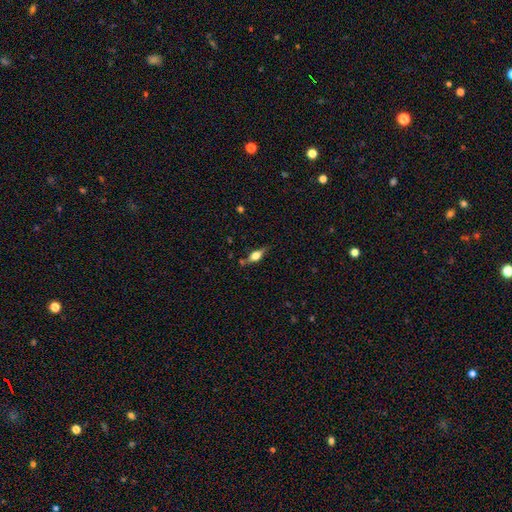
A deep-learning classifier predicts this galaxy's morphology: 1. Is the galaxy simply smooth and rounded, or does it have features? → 52% smooth, 39% featured or disk, 9% star or artifact.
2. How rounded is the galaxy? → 66% in between, 27% cigar-shaped, 7% round.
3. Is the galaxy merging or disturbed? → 70% none, 20% minor disturbance, 6% major disturbance, 5% merger.